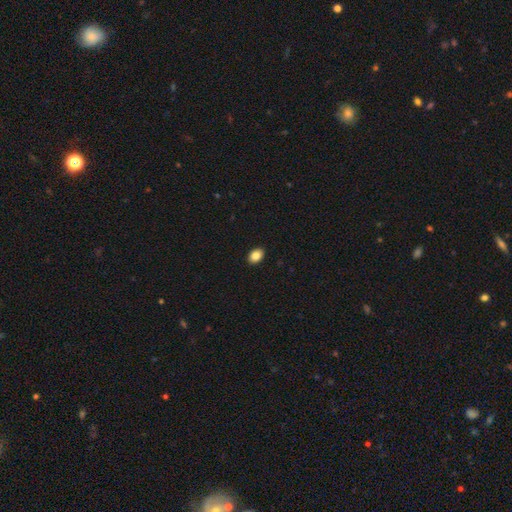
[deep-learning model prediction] Smooth or featured? Predicted: smooth (p=0.87). How rounded? Predicted: in between (p=0.78). Merging? Predicted: none (p=0.91).